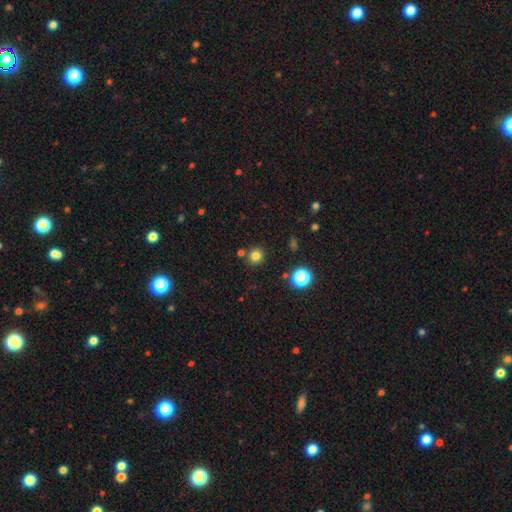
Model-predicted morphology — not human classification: Overall: smooth (79%). How rounded: round (91%). Merging: none (84%).